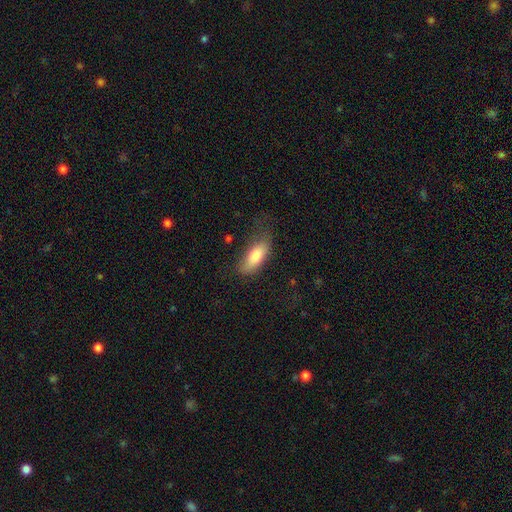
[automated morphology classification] type=smooth (78%); roundness=in between (75%); merging=none (59%).